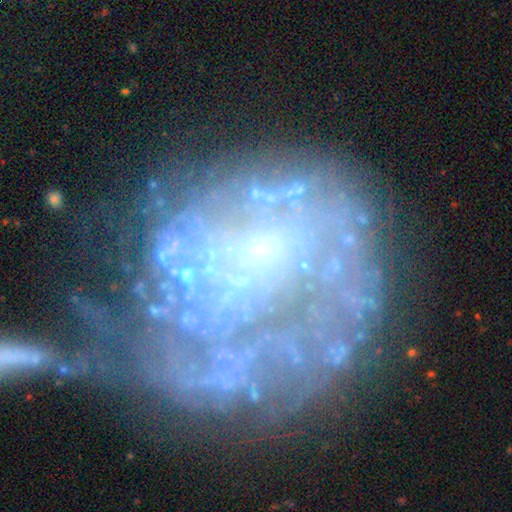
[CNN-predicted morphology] Q: Smooth or featured?
A: featured or disk (68%); runner-up: smooth (19%)
Q: Edge-on disk?
A: no (97%); runner-up: yes (3%)
Q: Bar?
A: no (75%); runner-up: weak (19%)
Q: Spiral arms?
A: no (63%); runner-up: yes (37%)
Q: Bulge size?
A: small (53%); runner-up: none (27%)
Q: Merging?
A: none (34%); runner-up: major disturbance (32%)